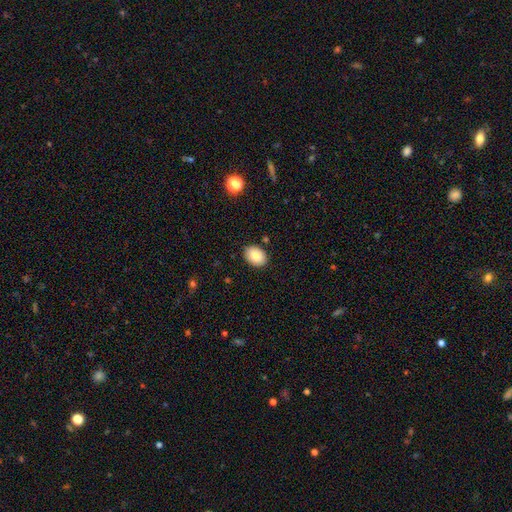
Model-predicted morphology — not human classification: smooth_or_featured: smooth (p=0.83) [alt: featured or disk p=0.09]
how_rounded: in between (p=0.73) [alt: round p=0.26]
merging: none (p=0.87) [alt: minor disturbance p=0.10]